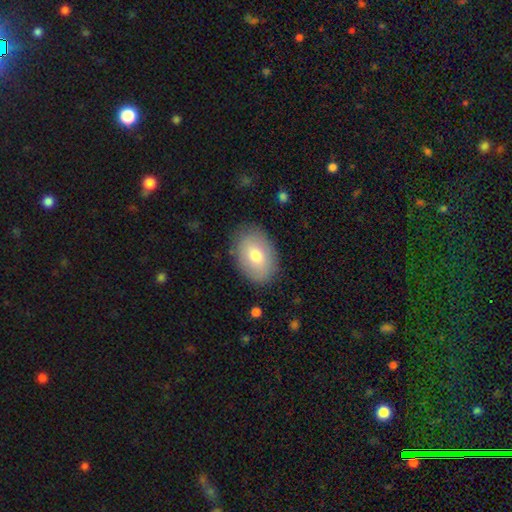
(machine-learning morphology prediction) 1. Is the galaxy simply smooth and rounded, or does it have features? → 73% smooth, 21% featured or disk, 6% star or artifact.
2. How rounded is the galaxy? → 86% in between, 13% round, 1% cigar-shaped.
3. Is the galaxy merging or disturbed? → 83% none, 12% minor disturbance, 3% major disturbance, 1% merger.